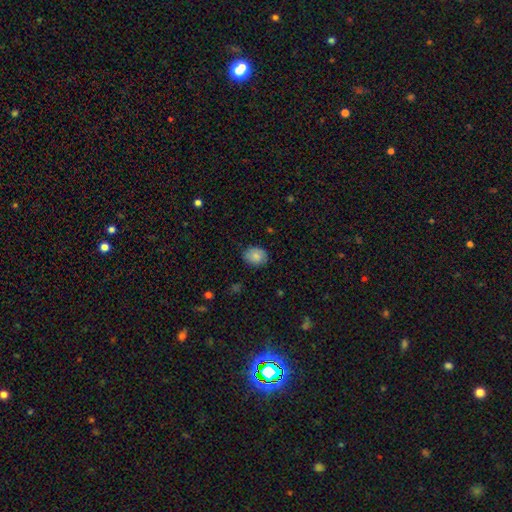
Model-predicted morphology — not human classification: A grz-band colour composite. It shows a smooth galaxy with no disk features (84%) that is in between round and cigar-shaped (54%). Merging: none (83%).